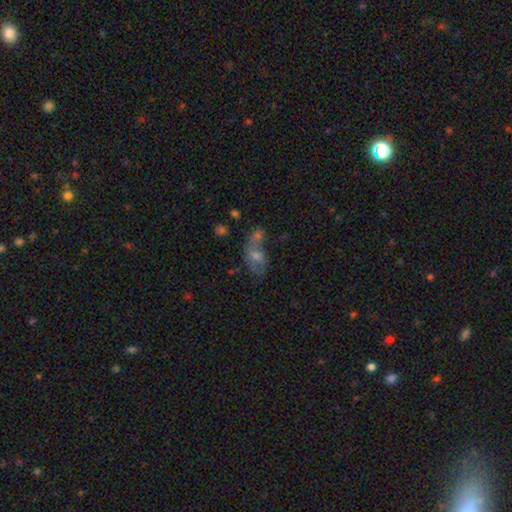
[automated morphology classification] Q: Smooth or featured?
A: smooth (44%); runner-up: featured or disk (38%)
Q: Merging?
A: merger (44%); runner-up: none (29%)